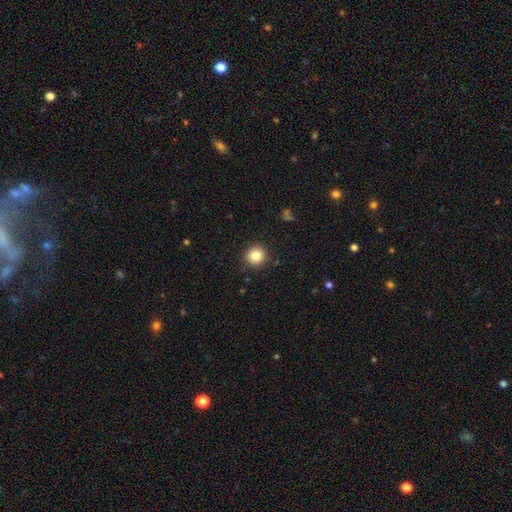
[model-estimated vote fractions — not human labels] Smooth or featured? smooth (83%)
How rounded? round (94%)
Merging? none (91%)